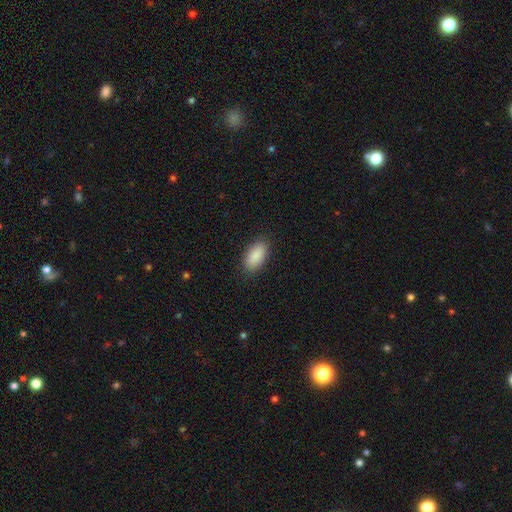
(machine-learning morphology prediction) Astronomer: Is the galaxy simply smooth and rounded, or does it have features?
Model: smooth — 90%.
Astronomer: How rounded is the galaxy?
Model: in between — 93%.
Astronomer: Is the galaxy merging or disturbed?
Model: none — 88%.